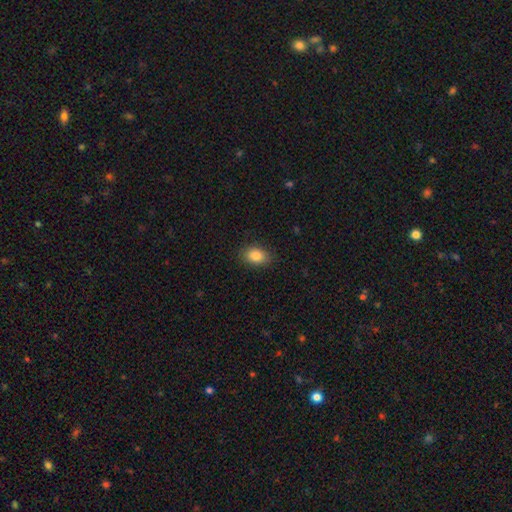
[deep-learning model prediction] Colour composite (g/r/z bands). It shows a smooth galaxy with no disk features (86%) that is in between round and cigar-shaped (78%). Merging: none (86%).